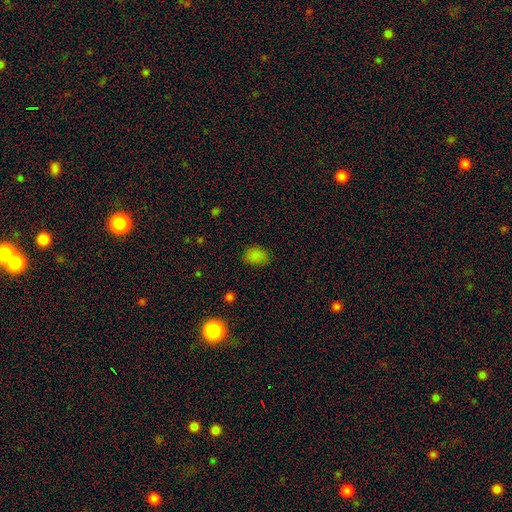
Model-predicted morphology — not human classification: Q: Smooth or featured?
A: smooth (81%); runner-up: star or artifact (15%)
Q: How rounded?
A: in between (74%); runner-up: round (25%)
Q: Merging?
A: none (76%); runner-up: minor disturbance (19%)